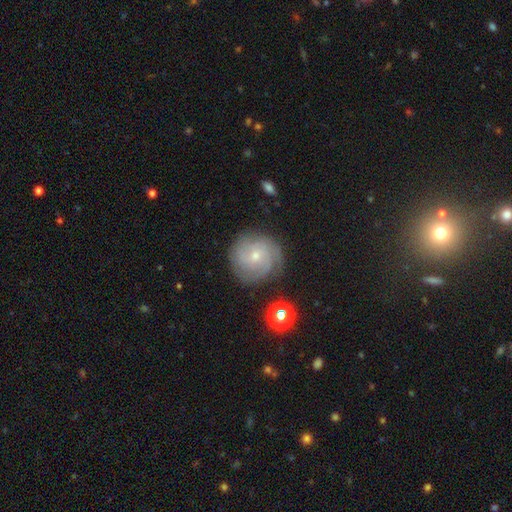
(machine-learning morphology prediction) smooth-or-featured: featured or disk: 72% | smooth: 20% | star or artifact: 8%
  disk-edge-on: no: 98% | yes: 2%
    bar: no: 67% | weak: 29% | strong: 4%
    has-spiral-arms: yes: 94% | no: 6%
      spiral-winding: tight: 63% | medium: 29% | loose: 8%
      spiral-arm-count: can't tell: 30% | 3: 29% | 2: 17% | 4: 13% | 1: 6% | more than 4: 5%
    bulge-size: small: 66% | moderate: 31% | none: 2% | large: 1% | dominant: 1%
  merging: none: 78% | minor disturbance: 15% | major disturbance: 5% | merger: 2%